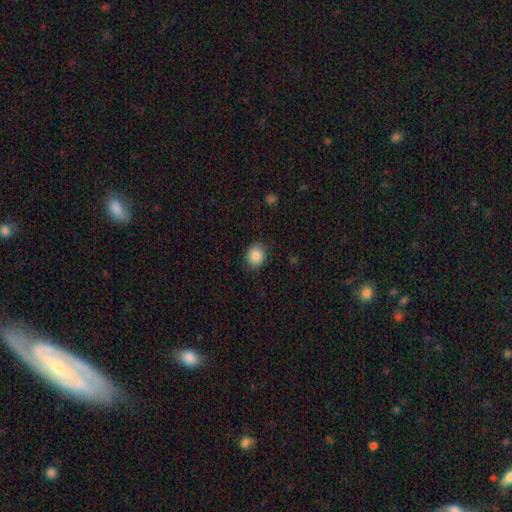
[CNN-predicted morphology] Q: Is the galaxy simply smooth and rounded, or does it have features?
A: smooth — 86%.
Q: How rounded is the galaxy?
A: round — 69%.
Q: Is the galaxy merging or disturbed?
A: none — 85%.